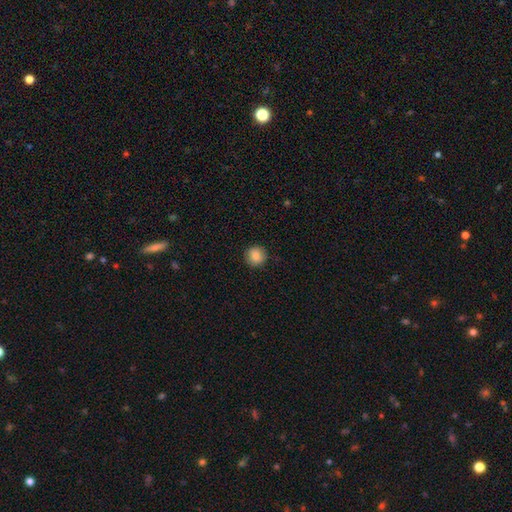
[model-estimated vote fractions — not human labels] A smooth galaxy with no disk features (86%) that is round (93%). Merging: none (90%).